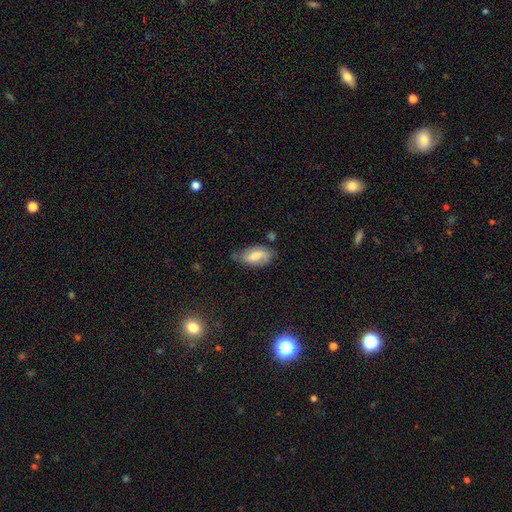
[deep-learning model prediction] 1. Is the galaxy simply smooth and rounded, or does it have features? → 52% smooth, 41% featured or disk, 7% star or artifact.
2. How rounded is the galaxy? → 90% in between, 6% cigar-shaped, 4% round.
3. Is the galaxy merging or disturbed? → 60% none, 30% minor disturbance, 7% major disturbance, 3% merger.